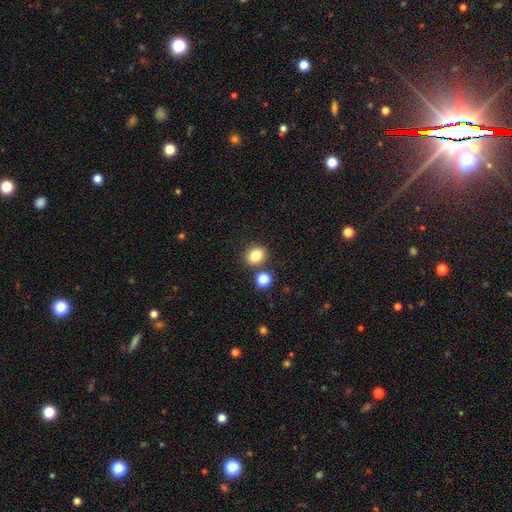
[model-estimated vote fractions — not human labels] smooth-or-featured: smooth: 83% | star or artifact: 11% | featured or disk: 6%
  how-rounded: round: 66% | in between: 34% | cigar-shaped: 1%
  merging: none: 80% | merger: 9% | minor disturbance: 8% | major disturbance: 2%